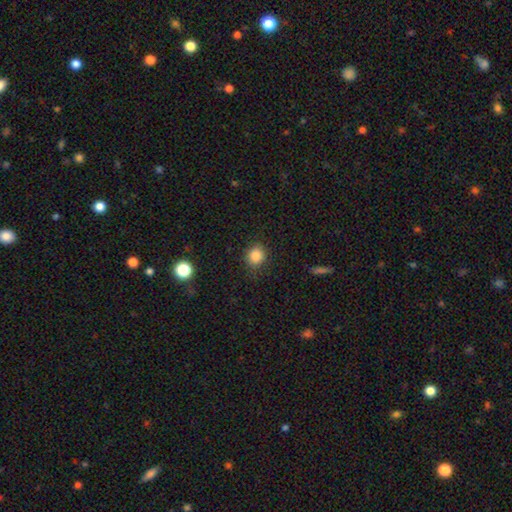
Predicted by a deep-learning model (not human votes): The model was most divided on "how rounded": round: 81%, in between: 18%, cigar-shaped: 1%. More confident: merging — none (85%); smooth or featured — smooth (85%).